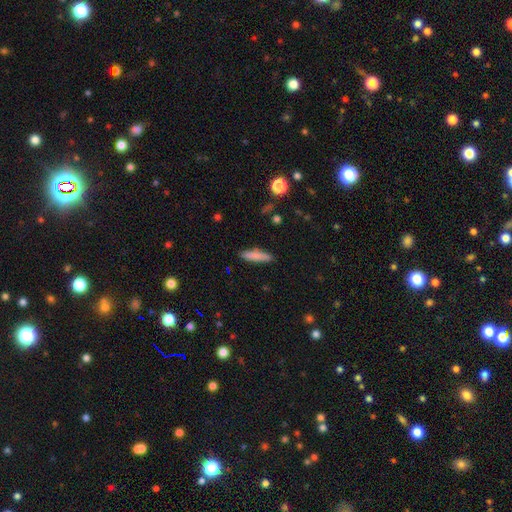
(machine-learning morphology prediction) This appears to be a smooth galaxy with no disk features (81%) that is cigar-shaped (83%). Merging: none (86%).